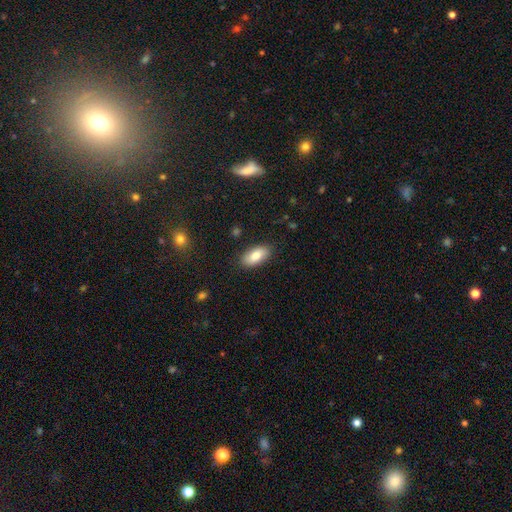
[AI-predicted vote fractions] Smooth or featured: smooth — 82% (featured or disk — 11%)
How rounded: in between — 91% (cigar-shaped — 7%)
Merging: none — 87% (minor disturbance — 10%)